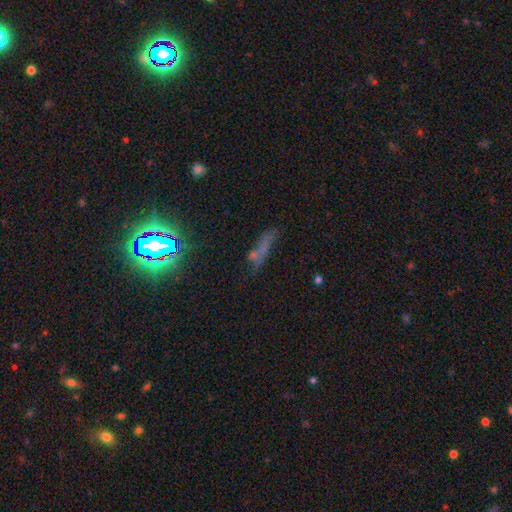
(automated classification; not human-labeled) A smooth galaxy with no disk features (40%).

Vote fractions:
- Smooth or featured? smooth: 40% / star or artifact: 36% / featured or disk: 24%
- Merging? none: 54% / minor disturbance: 20% / major disturbance: 14% / merger: 12%